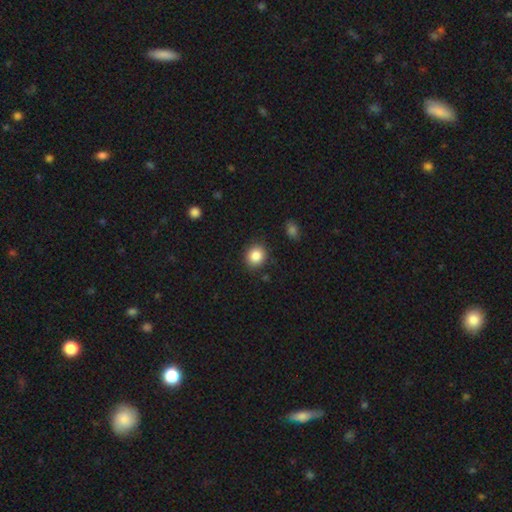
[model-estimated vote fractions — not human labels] smooth_or_featured: smooth (p=0.86) [alt: star or artifact p=0.10]
how_rounded: round (p=0.78) [alt: in between p=0.21]
merging: none (p=0.88) [alt: minor disturbance p=0.08]